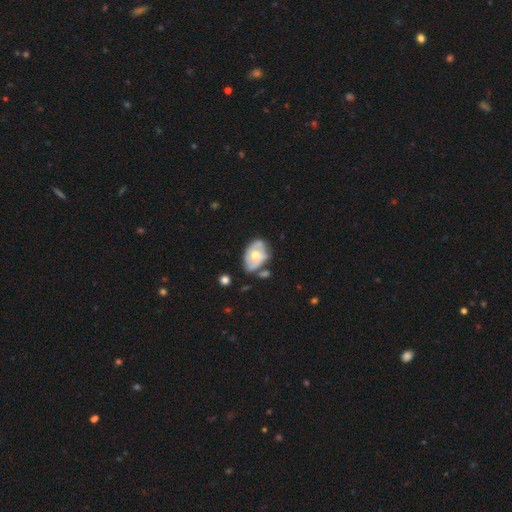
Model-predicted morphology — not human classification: This is possibly a featured or disk galaxy (54%). It is clearly not viewed edge-on (95%). Bar: likely no (80%). Spiral arm pattern: possibly no (54%). Central bulge: likely moderate (67%). Merging: marginally none (41%).